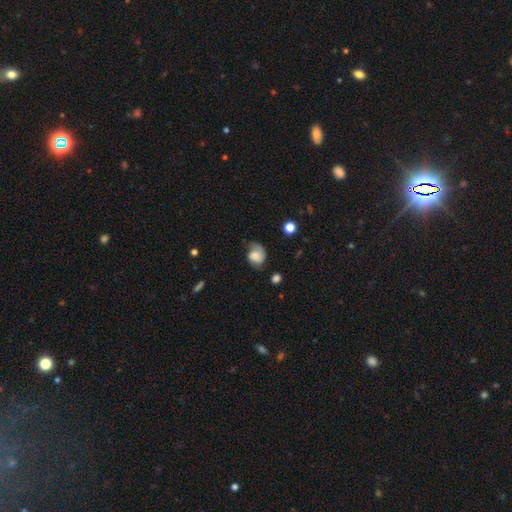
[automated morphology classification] Smooth or featured? smooth (56%)
How rounded? round (51%)
Merging? none (49%)